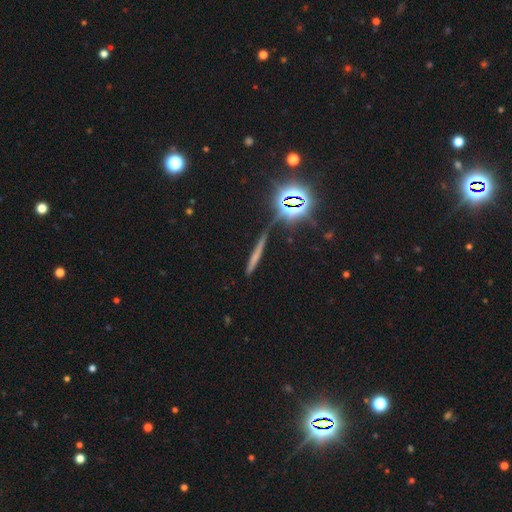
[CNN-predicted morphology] smooth-or-featured: smooth: 44% | star or artifact: 34% | featured or disk: 22%
  merging: none: 78% | minor disturbance: 13% | major disturbance: 5% | merger: 5%